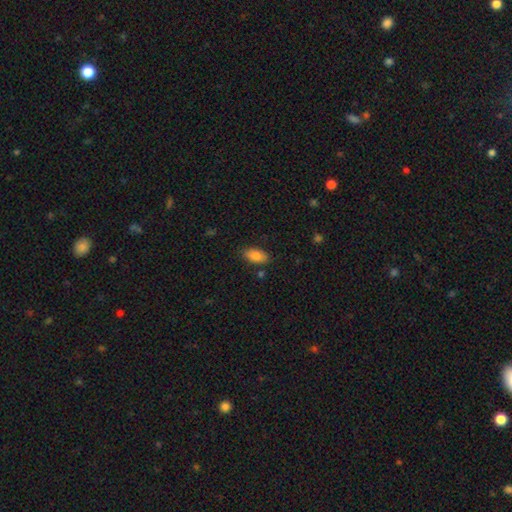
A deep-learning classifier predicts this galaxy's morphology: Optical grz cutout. It shows a smooth galaxy with no disk features (83%) that is in between round and cigar-shaped (91%). Merging: none (83%).